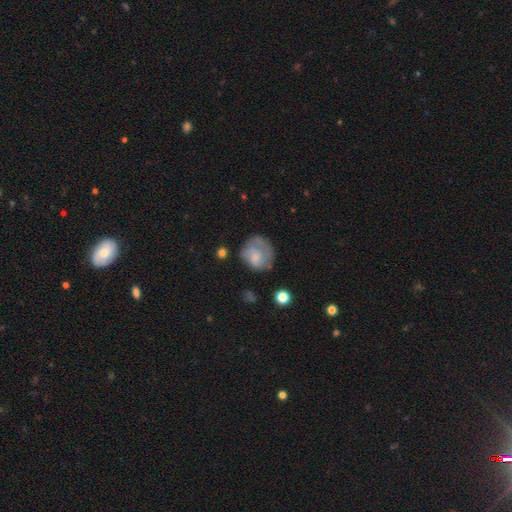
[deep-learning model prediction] smooth-or-featured: smooth: 61% | featured or disk: 30% | star or artifact: 8%
  how-rounded: round: 72% | in between: 27% | cigar-shaped: 1%
  merging: none: 46% | minor disturbance: 28% | major disturbance: 22% | merger: 3%